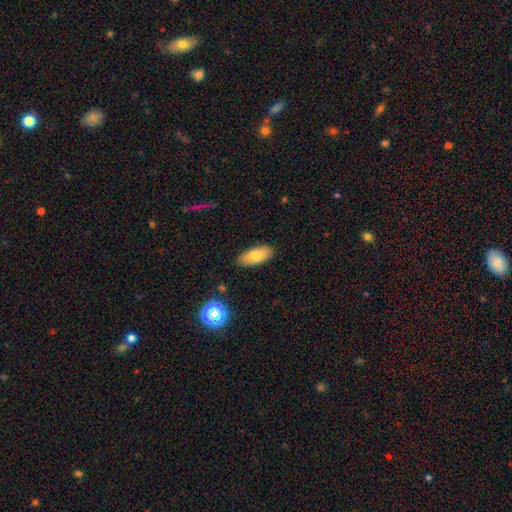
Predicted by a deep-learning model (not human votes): Overall: smooth (79%). How rounded: in between (88%). Merging: none (86%).